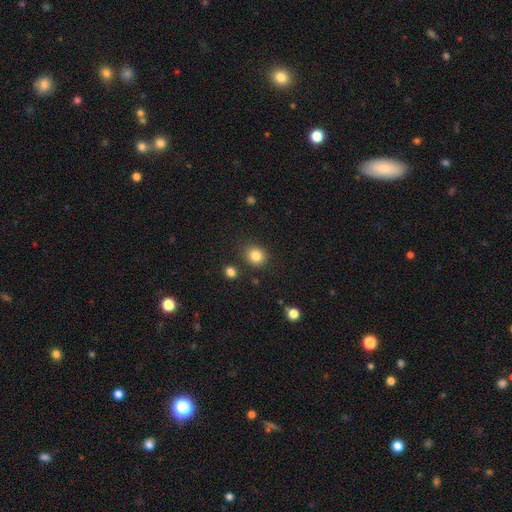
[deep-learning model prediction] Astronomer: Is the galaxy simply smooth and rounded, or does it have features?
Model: smooth — 84%.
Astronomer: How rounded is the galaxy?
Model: round — 80%.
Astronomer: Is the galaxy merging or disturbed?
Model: none — 85%.